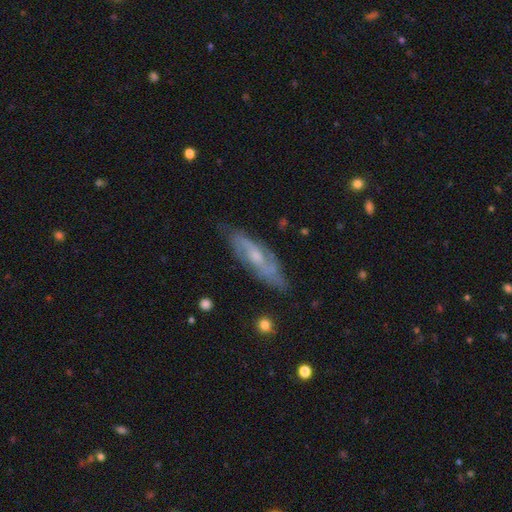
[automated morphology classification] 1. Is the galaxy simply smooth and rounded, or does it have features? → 70% featured or disk, 23% smooth, 7% star or artifact.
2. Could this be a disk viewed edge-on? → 73% no, 27% yes.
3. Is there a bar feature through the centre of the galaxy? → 53% no, 39% weak, 8% strong.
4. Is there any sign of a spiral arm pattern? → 85% yes, 15% no.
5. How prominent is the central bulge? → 49% small, 42% moderate, 6% none, 2% large, 1% dominant.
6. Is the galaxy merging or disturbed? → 75% none, 19% minor disturbance, 5% major disturbance, 2% merger.